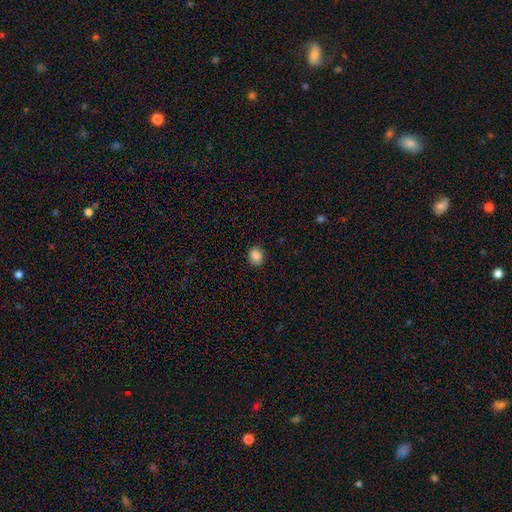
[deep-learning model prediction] Overall: smooth (85%). How rounded: round (74%). Merging: none (90%).